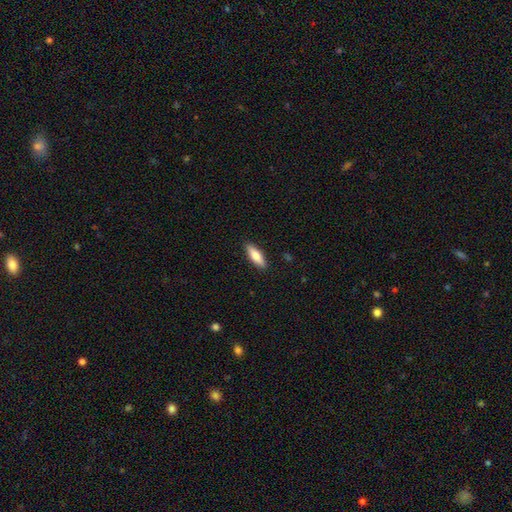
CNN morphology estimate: A smooth galaxy with no disk features (74%) that is in between round and cigar-shaped (52%). Merging: none (89%).